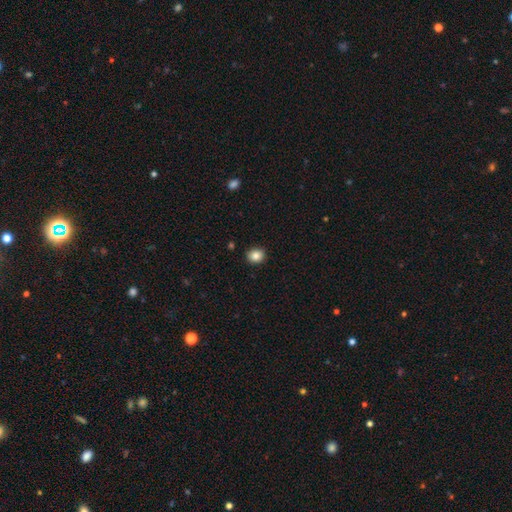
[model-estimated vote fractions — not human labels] This appears to be a smooth galaxy with no disk features (85%) that is round (72%). Merging: none (90%).